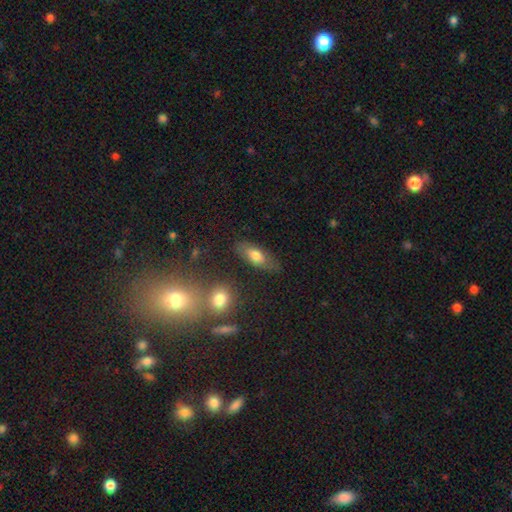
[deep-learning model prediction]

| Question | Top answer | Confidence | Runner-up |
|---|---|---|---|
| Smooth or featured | smooth | 69% | featured or disk (23%) |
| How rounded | in between | 77% | cigar-shaped (19%) |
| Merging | none | 77% | minor disturbance (15%) |